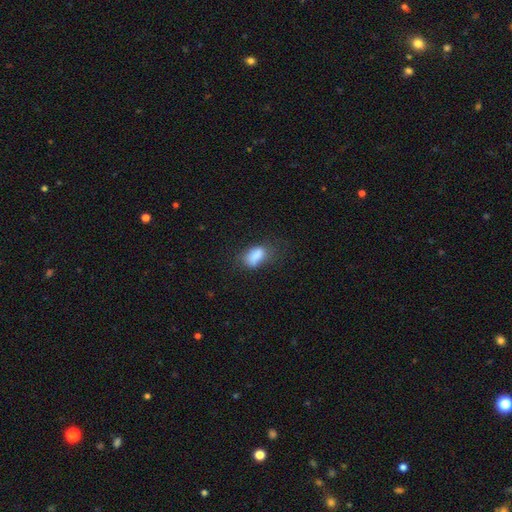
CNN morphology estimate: Smooth or featured? Predicted: smooth (p=0.80). How rounded? Predicted: in between (p=0.87). Merging? Predicted: none (p=0.48).